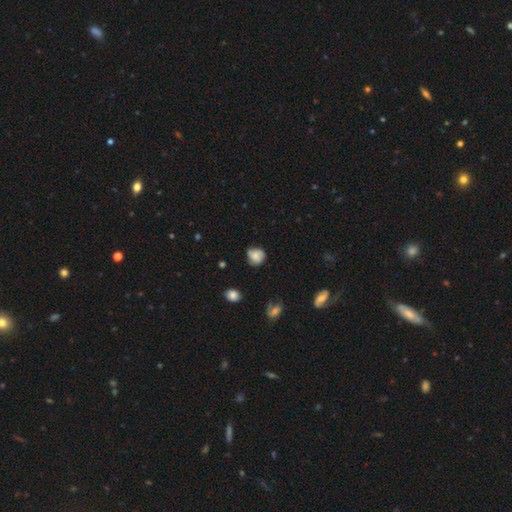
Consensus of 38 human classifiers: This is likely a smooth galaxy (63%). How rounded: likely round (62%). Merging: possibly none (54%).